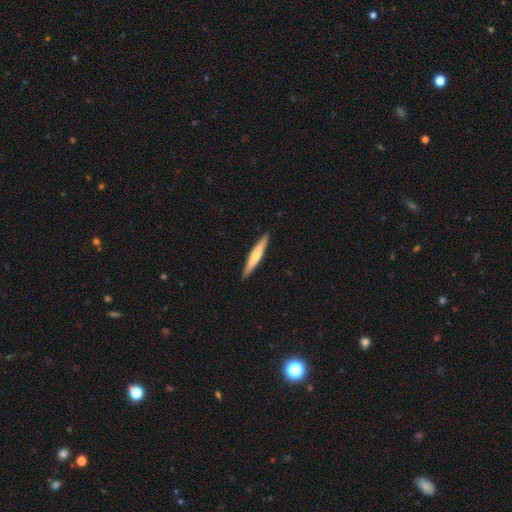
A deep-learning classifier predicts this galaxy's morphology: Q: Smooth or featured?
A: smooth (48%); runner-up: featured or disk (47%)
Q: Merging?
A: none (91%); runner-up: minor disturbance (7%)